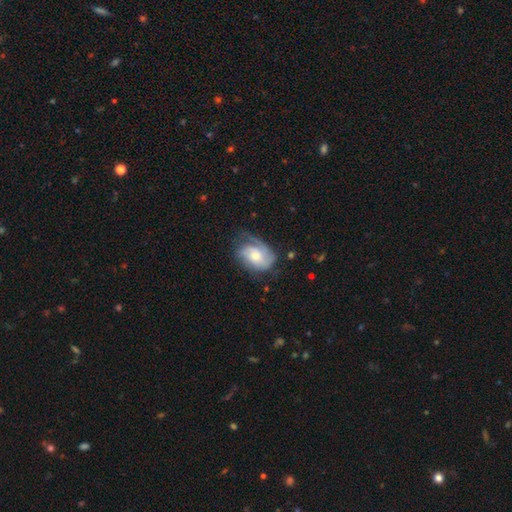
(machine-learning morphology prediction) featured or disk 68%, smooth 26%, star or artifact 6%. Down the decision tree: edge-on disk — no (97%); bar — no (71%); spiral arms — yes (90%); spiral arm count — 2 (35%); spiral winding — tight (41%); bulge size — moderate (53%); merging — none (53%).